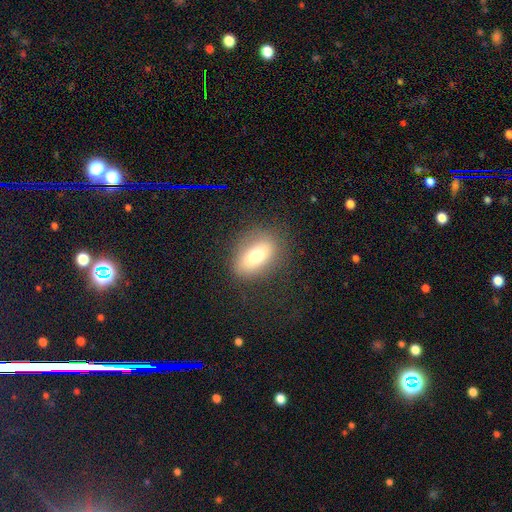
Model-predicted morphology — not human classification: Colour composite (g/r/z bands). It shows a smooth galaxy with no disk features (69%) that is in between round and cigar-shaped (76%). Merging: none (81%).